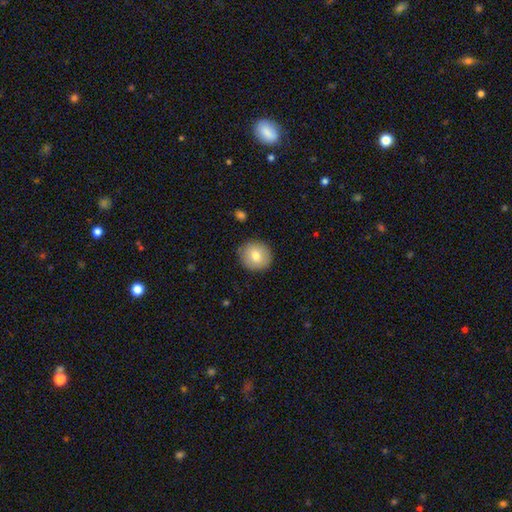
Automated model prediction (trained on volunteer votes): Q: Smooth or featured?
A: smooth (79%); runner-up: featured or disk (13%)
Q: How rounded?
A: round (88%); runner-up: in between (11%)
Q: Merging?
A: none (87%); runner-up: minor disturbance (10%)